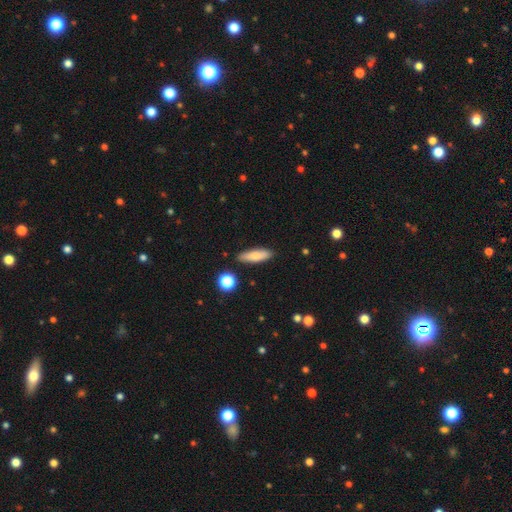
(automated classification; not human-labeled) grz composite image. It shows a smooth galaxy with no disk features (72%) that is cigar-shaped (49%). Merging: none (86%).